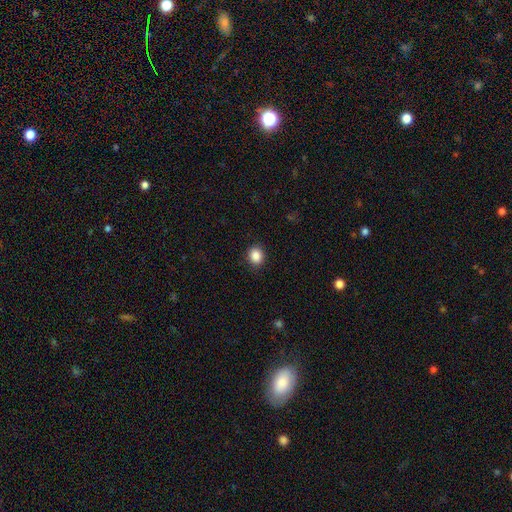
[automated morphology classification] This appears to be a smooth galaxy with no disk features (87%) that is round (70%). Merging: none (89%).